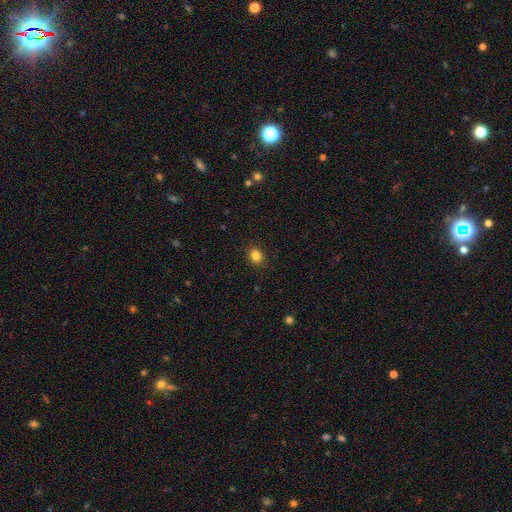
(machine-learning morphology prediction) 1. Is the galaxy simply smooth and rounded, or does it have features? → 83% smooth, 12% star or artifact, 5% featured or disk.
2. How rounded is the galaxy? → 60% round, 39% in between, 1% cigar-shaped.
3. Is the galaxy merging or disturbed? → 89% none, 8% minor disturbance, 2% major disturbance, 1% merger.